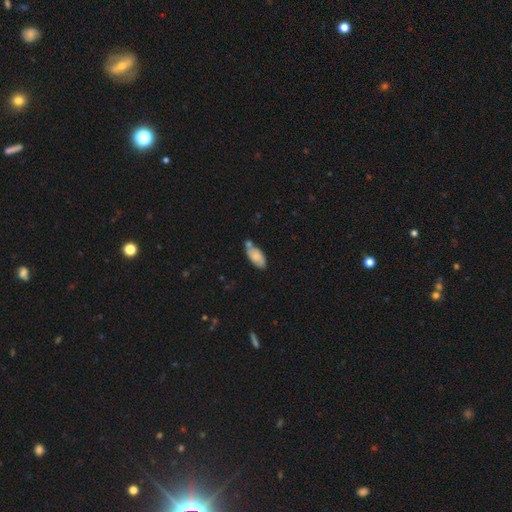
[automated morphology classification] smooth 73%, featured or disk 20%, star or artifact 7%. Down the decision tree: how rounded — in between (88%); merging — none (52%).